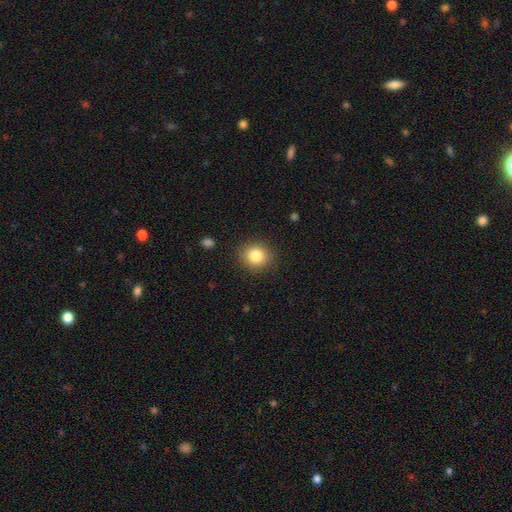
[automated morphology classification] This appears to be a smooth galaxy with no disk features (83%) that is round (85%). Merging: none (89%).